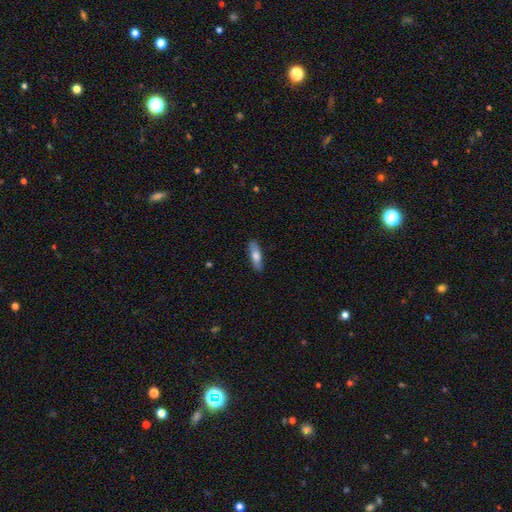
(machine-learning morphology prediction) Smooth or featured? Predicted: smooth (p=0.68). How rounded? Predicted: cigar-shaped (p=0.51). Merging? Predicted: none (p=0.86).